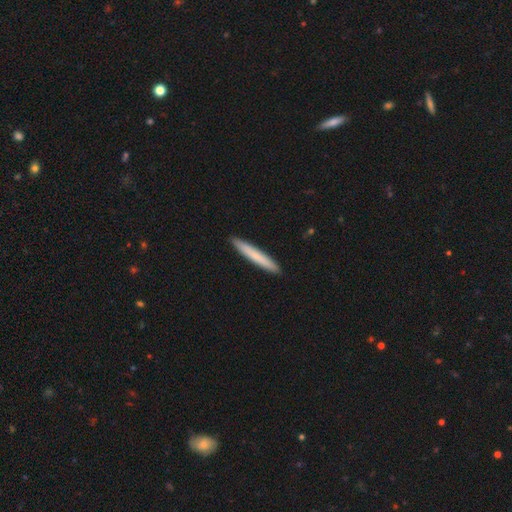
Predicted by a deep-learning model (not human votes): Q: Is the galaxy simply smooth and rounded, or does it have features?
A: smooth — 73%.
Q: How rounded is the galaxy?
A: cigar-shaped — 96%.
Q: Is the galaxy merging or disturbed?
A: none — 93%.